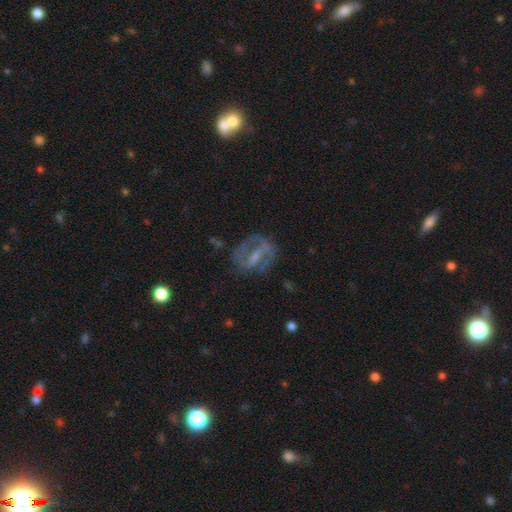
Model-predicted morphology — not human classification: type=featured or disk (71%); edge-on=no (94%); bar=strong (41%); spiral arms=yes (68%); bulge=small (43%); merging=none (61%).